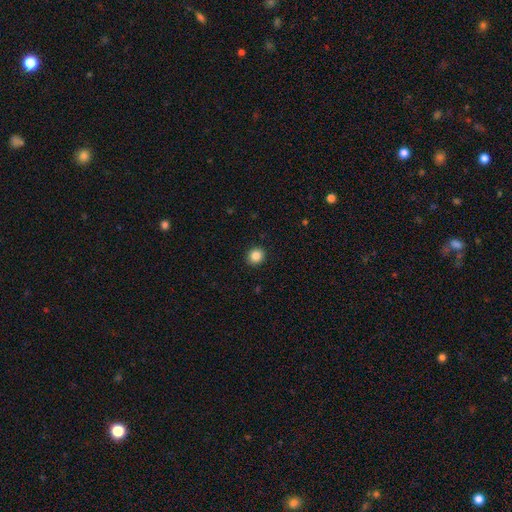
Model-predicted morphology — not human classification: smooth_or_featured: smooth (p=0.86) [alt: star or artifact p=0.10]
how_rounded: round (p=0.86) [alt: in between p=0.13]
merging: none (p=0.93) [alt: minor disturbance p=0.05]